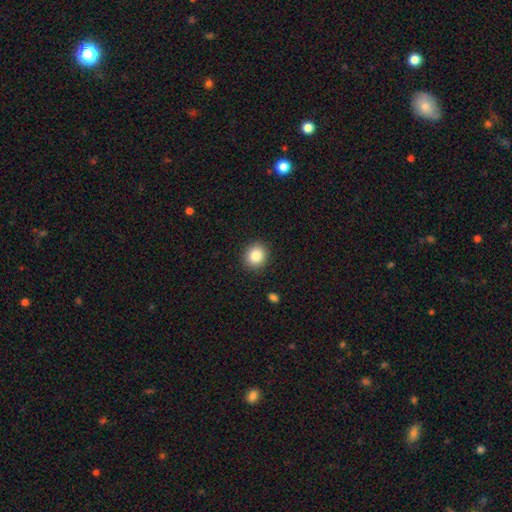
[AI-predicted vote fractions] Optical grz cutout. It shows a smooth galaxy with no disk features (85%) that is round (81%). Merging: none (91%).